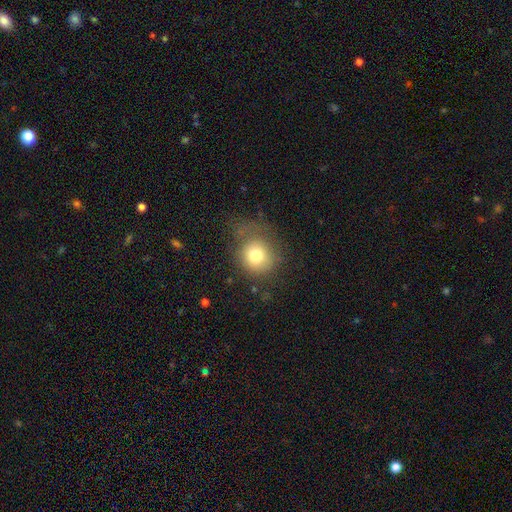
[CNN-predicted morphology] A smooth galaxy with no disk features (77%) that is round (82%). Merging: none (54%).